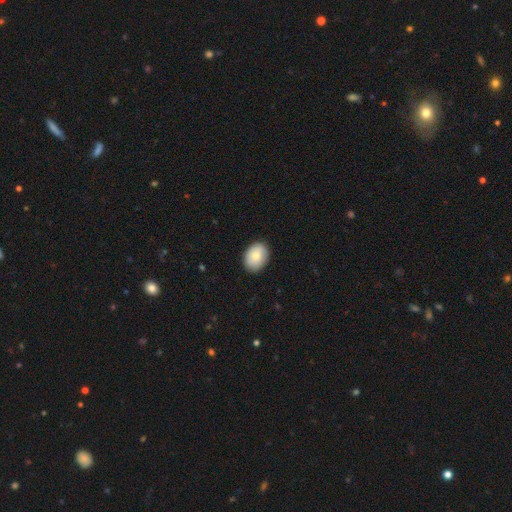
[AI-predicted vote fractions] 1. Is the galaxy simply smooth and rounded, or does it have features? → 80% smooth, 13% featured or disk, 7% star or artifact.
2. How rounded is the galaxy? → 74% in between, 25% round, 1% cigar-shaped.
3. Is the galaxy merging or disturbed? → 88% none, 9% minor disturbance, 2% major disturbance, 1% merger.